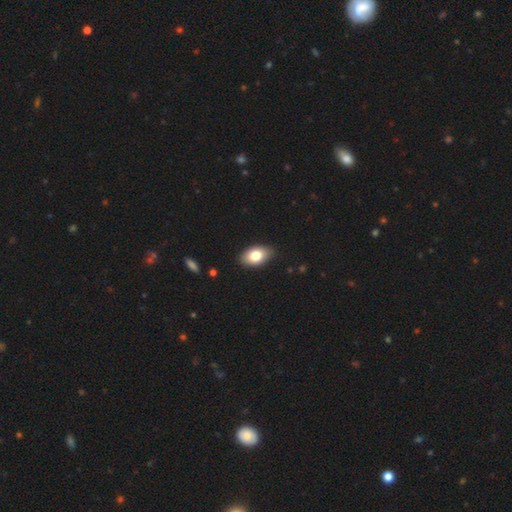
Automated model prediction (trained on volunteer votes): Smooth or featured? Predicted: smooth (p=0.79). How rounded? Predicted: in between (p=0.92). Merging? Predicted: none (p=0.86).